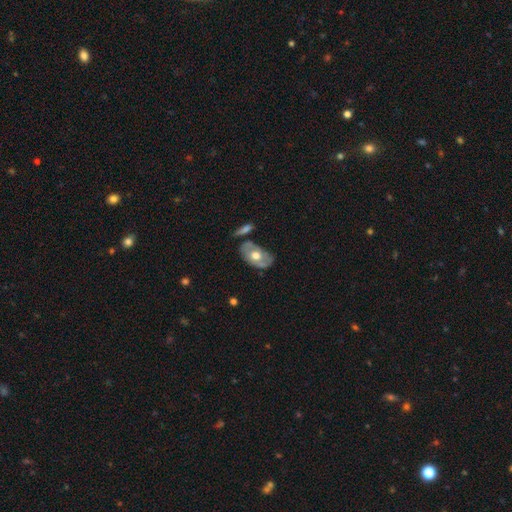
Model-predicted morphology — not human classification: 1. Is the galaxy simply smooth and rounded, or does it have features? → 53% featured or disk, 42% smooth, 6% star or artifact.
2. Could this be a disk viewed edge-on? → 88% no, 12% yes.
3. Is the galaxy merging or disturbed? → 64% none, 20% minor disturbance, 10% merger, 6% major disturbance.